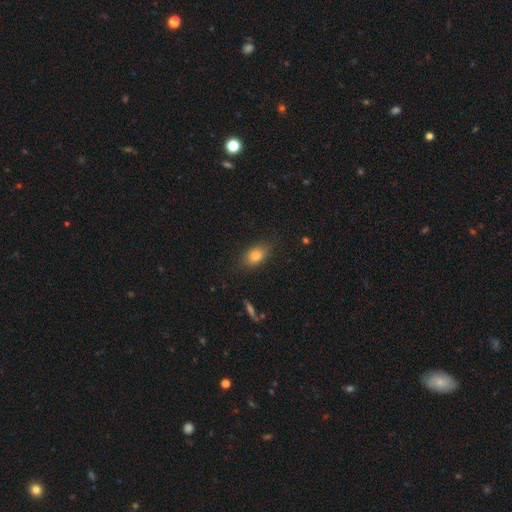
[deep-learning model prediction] This appears to be a smooth galaxy with no disk features (80%) that is in between round and cigar-shaped (79%). Merging: none (82%).